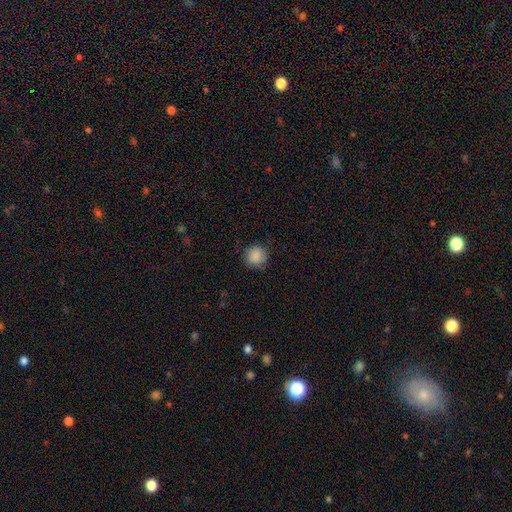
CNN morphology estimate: Smooth or featured? smooth (88%)
How rounded? round (90%)
Merging? none (82%)